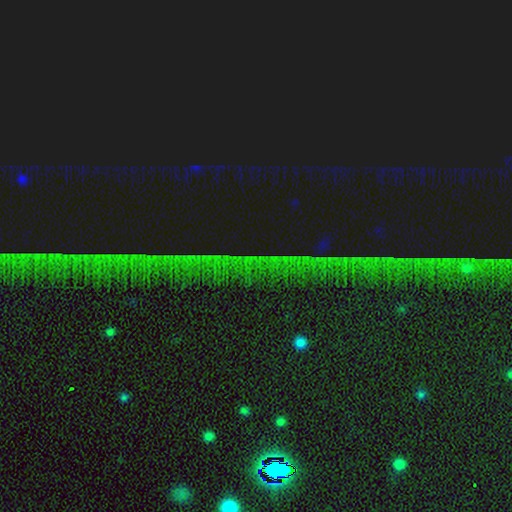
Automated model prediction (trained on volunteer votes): A star or artifact, not a galaxy (88%).

Vote fractions:
- Smooth or featured? star or artifact: 88% / featured or disk: 7% / smooth: 6%